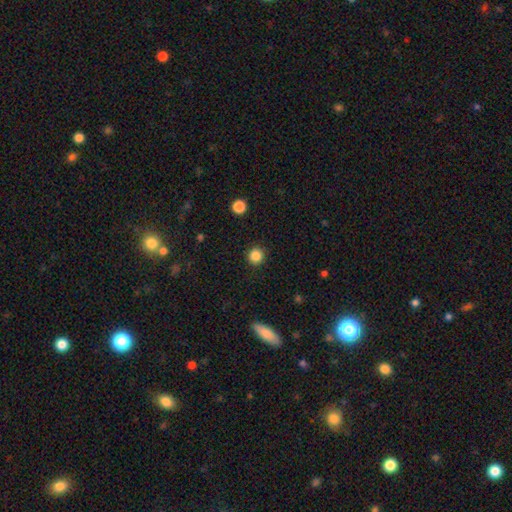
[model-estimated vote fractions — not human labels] smooth-or-featured: smooth: 86% | star or artifact: 11% | featured or disk: 4%
  how-rounded: round: 94% | in between: 5% | cigar-shaped: 1%
  merging: none: 91% | minor disturbance: 6% | major disturbance: 2% | merger: 1%